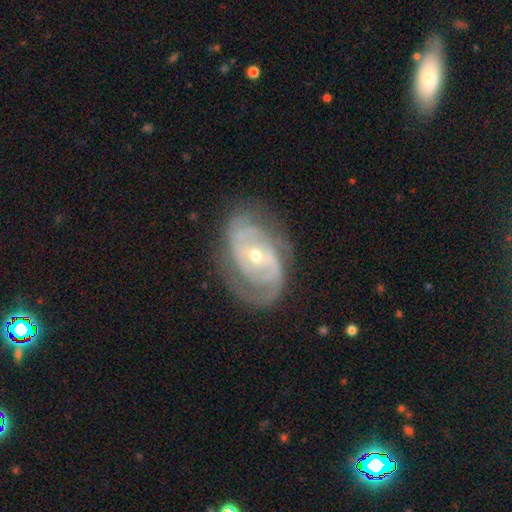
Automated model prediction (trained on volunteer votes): featured or disk 88%, smooth 7%, star or artifact 5%. Down the decision tree: edge-on disk — no (96%); bar — no (54%); spiral arms — yes (95%); spiral arm count — 2 (57%); spiral winding — tight (53%); bulge size — small (54%); merging — none (71%).